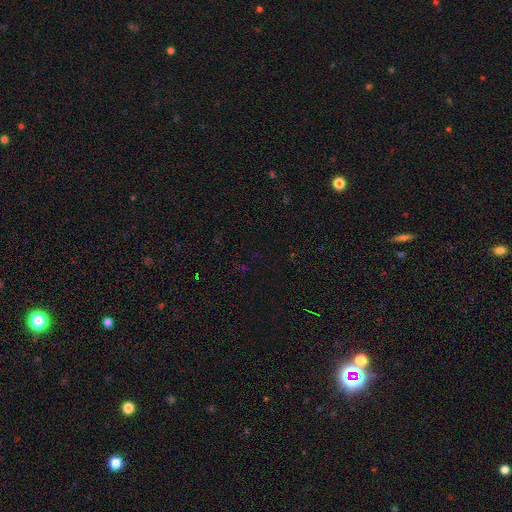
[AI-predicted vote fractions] Smooth or featured?
  - star or artifact: 68% *
  - smooth: 24%
  - featured or disk: 8%